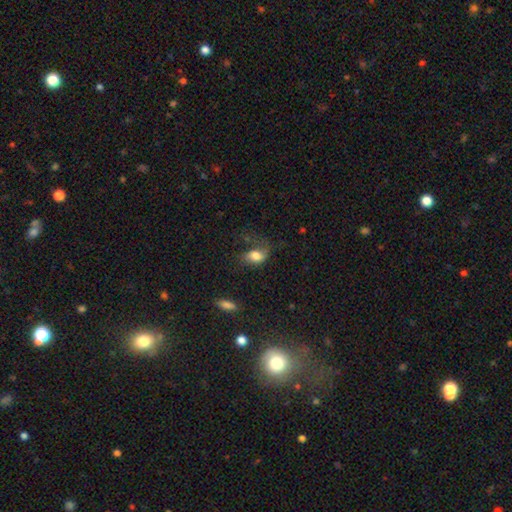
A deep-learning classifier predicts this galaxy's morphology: Smooth or featured?
  - smooth: 75% *
  - featured or disk: 16%
  - star or artifact: 9%
How rounded?
  - in between: 81% *
  - round: 17%
  - cigar-shaped: 2%
Merging?
  - none: 36% *
  - major disturbance: 34%
  - minor disturbance: 26%
  - merger: 4%